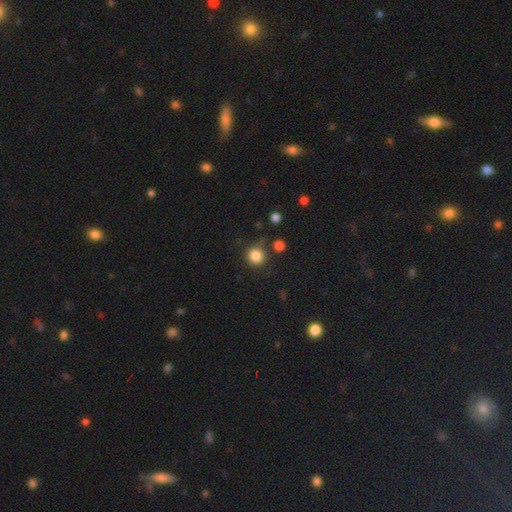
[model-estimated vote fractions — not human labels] Smooth or featured? smooth (84%)
How rounded? round (92%)
Merging? none (77%)